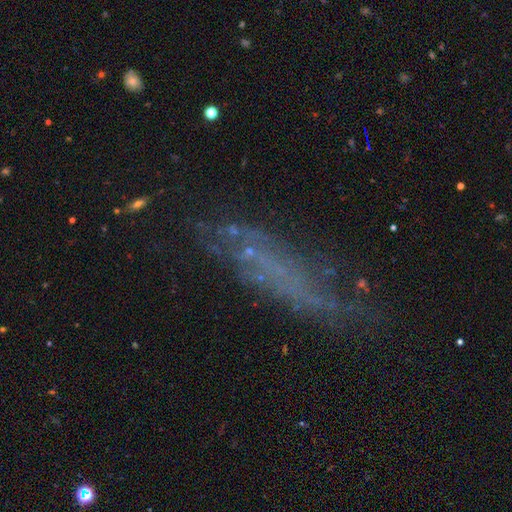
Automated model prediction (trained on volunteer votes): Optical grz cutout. It shows a featured or disk galaxy (51%). Merging: none (56%).